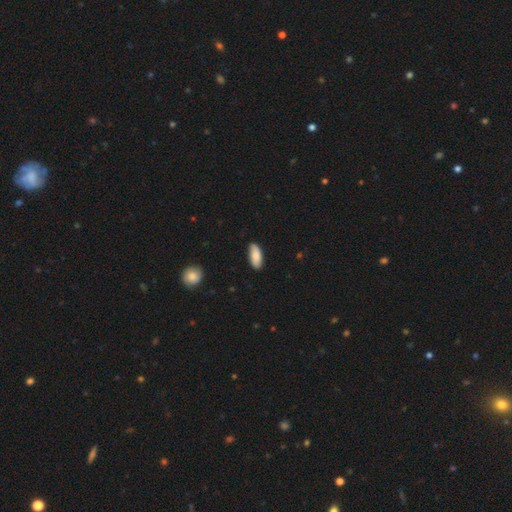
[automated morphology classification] This appears to be a smooth galaxy with no disk features (85%) that is in between round and cigar-shaped (84%). Merging: none (85%).